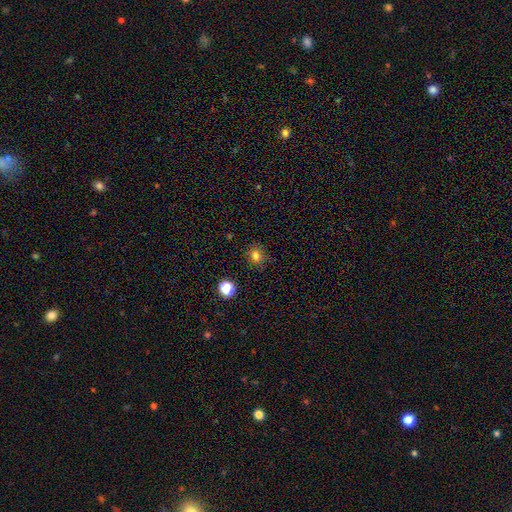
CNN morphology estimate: This is likely a smooth galaxy (77%). How rounded: likely round (67%). Merging: clearly none (84%).